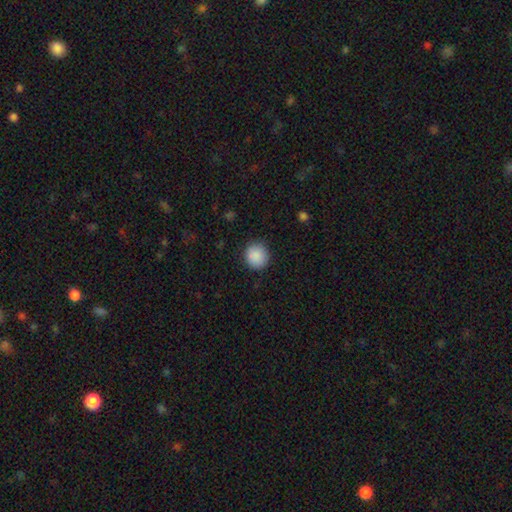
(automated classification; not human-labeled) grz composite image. It shows a smooth galaxy with no disk features (88%) that is round (87%). Merging: none (87%).